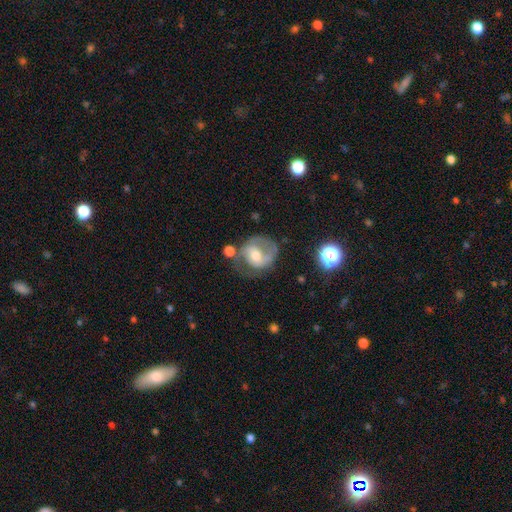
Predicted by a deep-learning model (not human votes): Morphology: type=featured or disk (61%); edge-on=no (97%); bar=no (46%); spiral arms=yes (77%); bulge=moderate (63%); merging=none (47%).